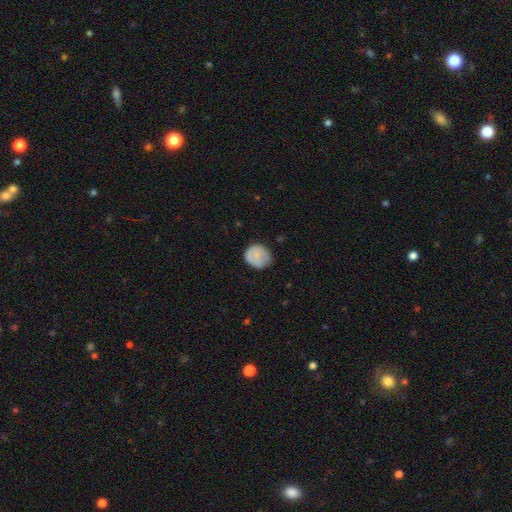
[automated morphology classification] smooth-or-featured: smooth: 73% | featured or disk: 20% | star or artifact: 7%
  how-rounded: round: 74% | in between: 25% | cigar-shaped: 1%
  merging: none: 64% | minor disturbance: 28% | major disturbance: 7% | merger: 1%